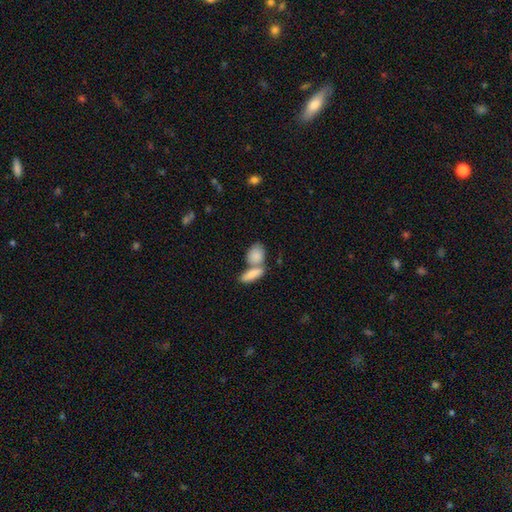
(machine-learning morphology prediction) Smooth or featured?
  - smooth: 83% *
  - featured or disk: 11%
  - star or artifact: 6%
How rounded?
  - in between: 73% *
  - round: 21%
  - cigar-shaped: 6%
Merging?
  - merger: 53% *
  - none: 34%
  - minor disturbance: 9%
  - major disturbance: 4%